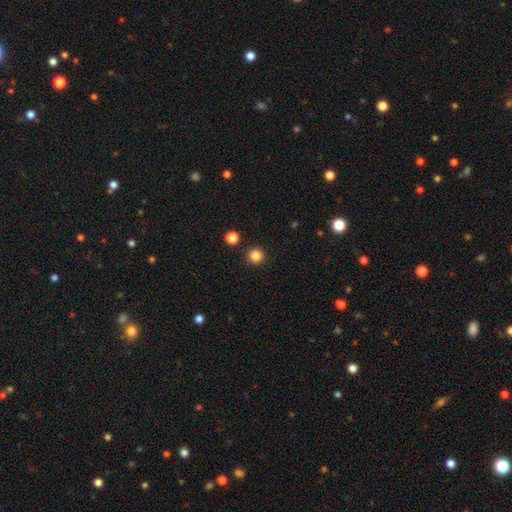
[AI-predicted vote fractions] This is clearly a smooth galaxy (85%). How rounded: clearly round (95%). Merging: clearly none (91%).